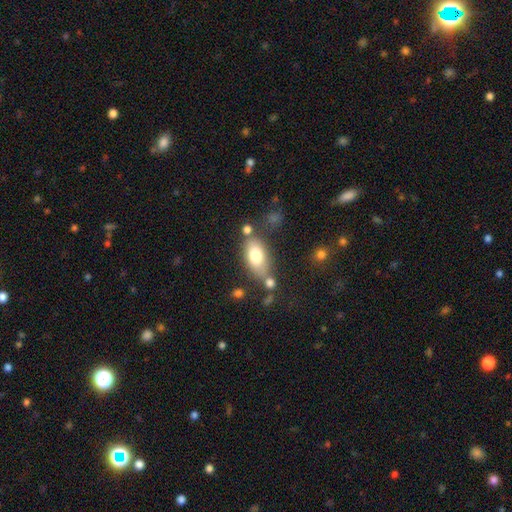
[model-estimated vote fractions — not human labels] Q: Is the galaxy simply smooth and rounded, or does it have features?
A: smooth — 75%.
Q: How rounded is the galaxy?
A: in between — 87%.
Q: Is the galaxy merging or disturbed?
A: none — 61%.